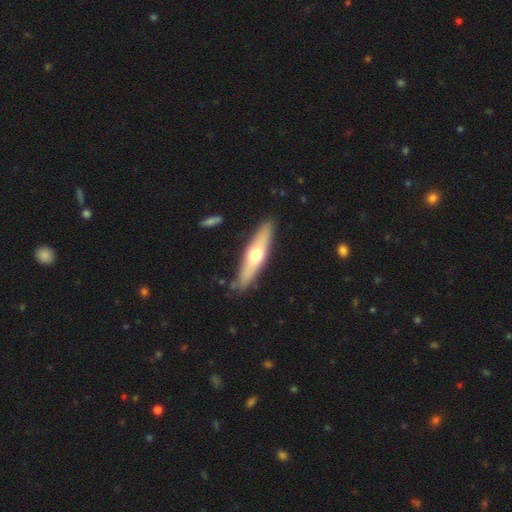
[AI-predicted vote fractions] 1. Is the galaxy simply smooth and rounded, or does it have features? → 54% featured or disk, 41% smooth, 5% star or artifact.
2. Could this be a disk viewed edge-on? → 86% yes, 14% no.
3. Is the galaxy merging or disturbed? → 87% none, 9% minor disturbance, 2% major disturbance, 2% merger.